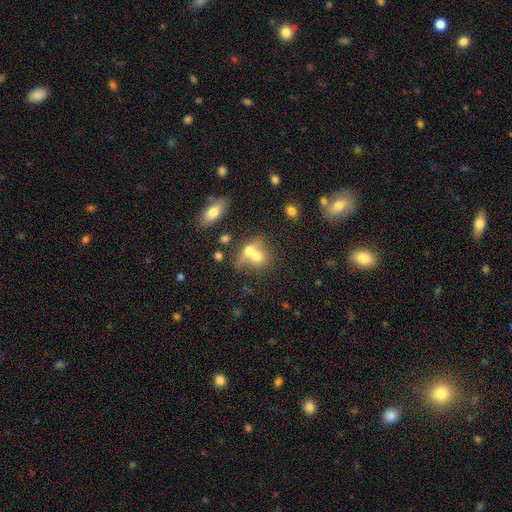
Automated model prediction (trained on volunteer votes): This is likely a smooth galaxy (65%). How rounded: possibly round (56%). Merging: likely merger (69%).